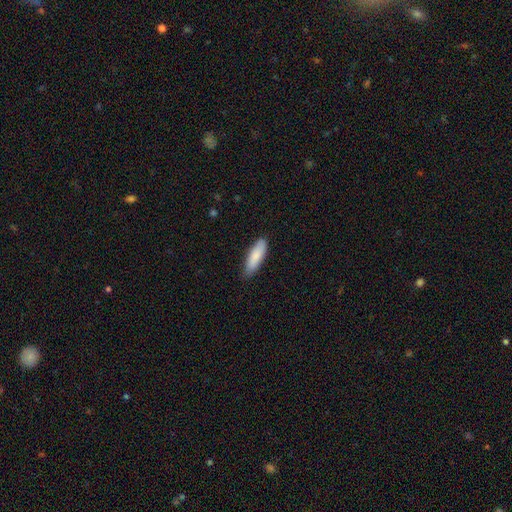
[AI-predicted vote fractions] Smooth or featured: smooth — 86% (featured or disk — 8%)
How rounded: in between — 51% (cigar-shaped — 48%)
Merging: none — 79% (minor disturbance — 18%)